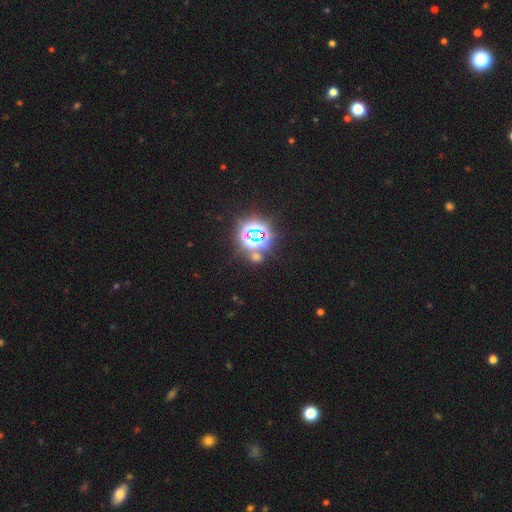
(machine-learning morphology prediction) Smooth or featured?
  - star or artifact: 70% *
  - smooth: 22%
  - featured or disk: 8%